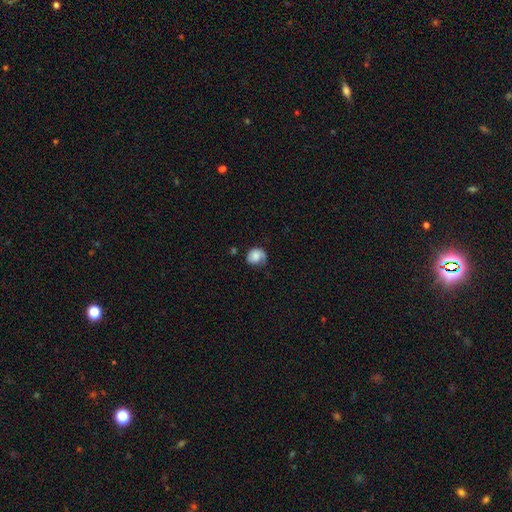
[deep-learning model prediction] Smooth or featured? Predicted: smooth (p=0.67). How rounded? Predicted: round (p=0.66). Merging? Predicted: none (p=0.48).